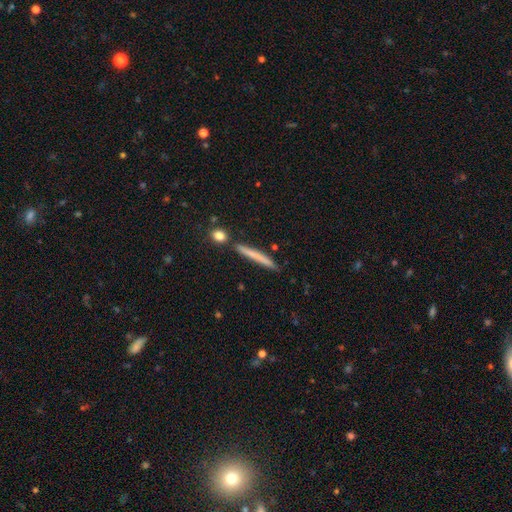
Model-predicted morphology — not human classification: smooth_or_featured: smooth (p=0.66) [alt: featured or disk p=0.28]
how_rounded: cigar-shaped (p=0.96) [alt: in between p=0.02]
merging: none (p=0.85) [alt: minor disturbance p=0.09]